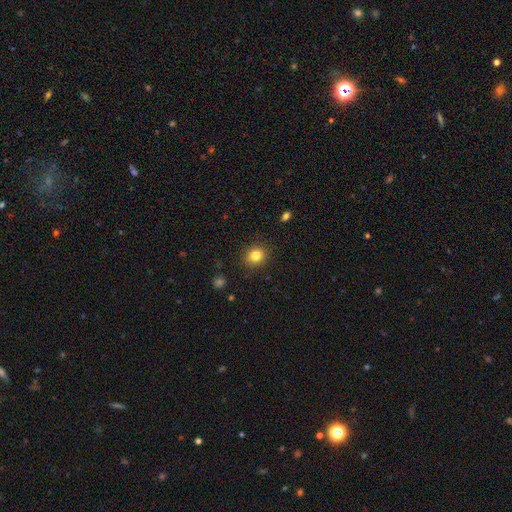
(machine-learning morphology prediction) type=smooth (82%); roundness=round (80%); merging=none (89%).